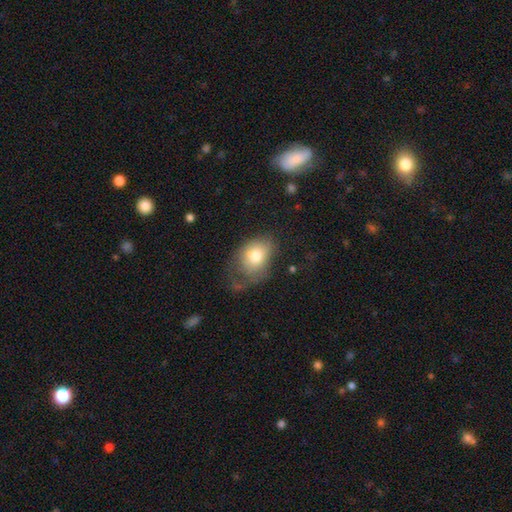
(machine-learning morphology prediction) smooth-or-featured: smooth: 75% | featured or disk: 16% | star or artifact: 9%
  how-rounded: in between: 71% | round: 28% | cigar-shaped: 1%
  merging: major disturbance: 33% (tied) | none: 33% (tied) | minor disturbance: 31% | merger: 3%